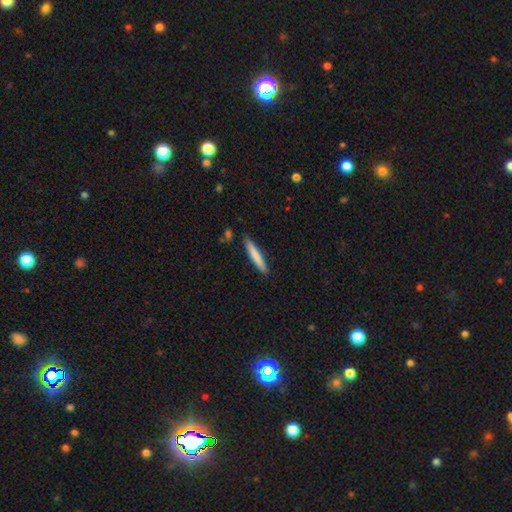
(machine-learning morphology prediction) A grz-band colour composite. It shows a smooth galaxy with no disk features (77%) that is cigar-shaped (94%). Merging: none (88%).